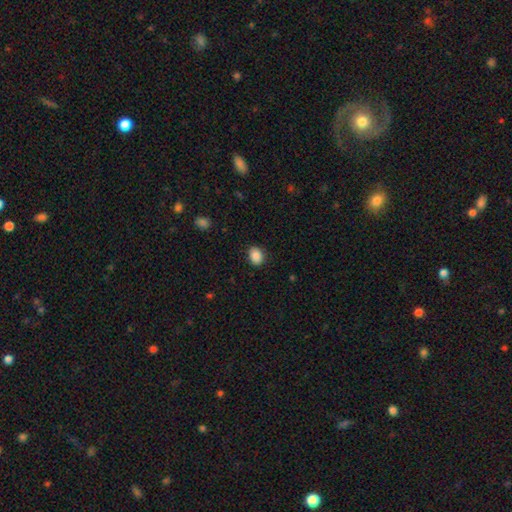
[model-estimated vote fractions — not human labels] A smooth galaxy with no disk features (88%) that is in between round and cigar-shaped (63%).

Vote fractions:
- Smooth or featured? smooth: 88% / star or artifact: 8% / featured or disk: 4%
- How rounded? in between: 63% / round: 36% / cigar-shaped: 1%
- Merging? none: 88% / minor disturbance: 9% / major disturbance: 2% / merger: 1%